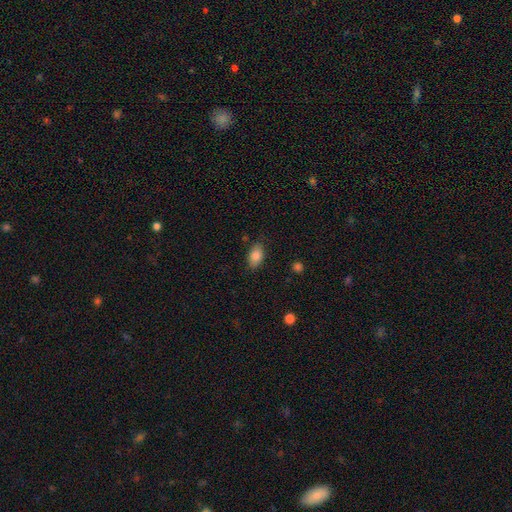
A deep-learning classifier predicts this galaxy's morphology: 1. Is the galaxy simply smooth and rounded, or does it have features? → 84% smooth, 8% featured or disk, 8% star or artifact.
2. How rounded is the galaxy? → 90% in between, 7% round, 3% cigar-shaped.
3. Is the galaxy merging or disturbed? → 81% none, 14% minor disturbance, 3% major disturbance, 1% merger.